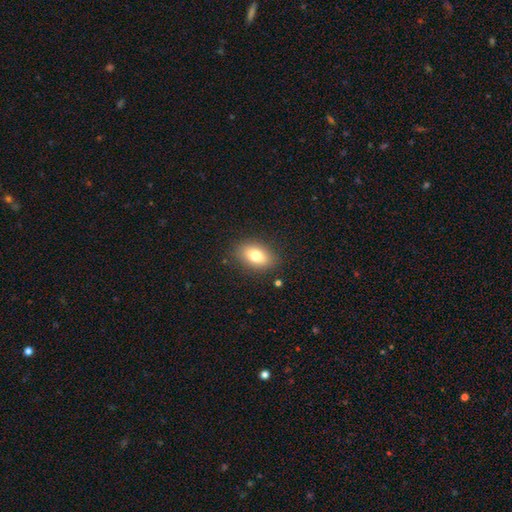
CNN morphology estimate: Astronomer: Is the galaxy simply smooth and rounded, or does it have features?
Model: smooth — 78%.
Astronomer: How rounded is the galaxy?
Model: in between — 86%.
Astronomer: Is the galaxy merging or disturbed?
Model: none — 85%.